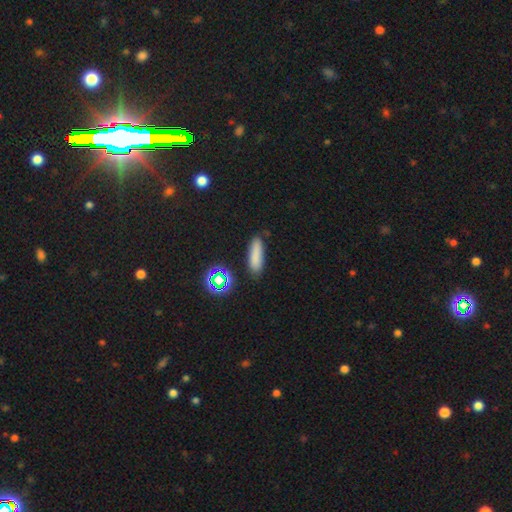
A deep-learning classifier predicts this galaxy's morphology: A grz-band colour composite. It shows a smooth galaxy with no disk features (78%) that is cigar-shaped (56%). Merging: none (81%).